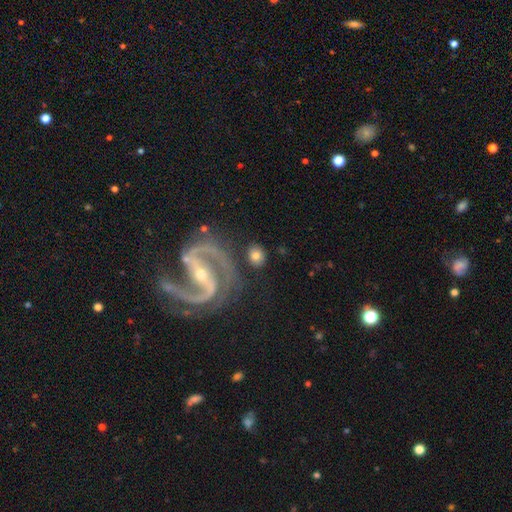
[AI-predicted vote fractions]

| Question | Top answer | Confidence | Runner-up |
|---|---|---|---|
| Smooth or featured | smooth | 59% | featured or disk (34%) |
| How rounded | round | 57% | in between (41%) |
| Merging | none | 79% | minor disturbance (10%) |